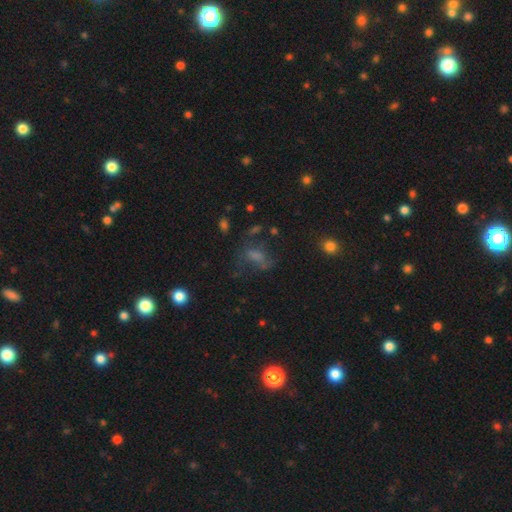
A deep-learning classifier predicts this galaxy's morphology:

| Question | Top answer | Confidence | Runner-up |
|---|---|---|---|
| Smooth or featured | smooth | 40% | star or artifact (32%) |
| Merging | none | 45% | major disturbance (29%) |